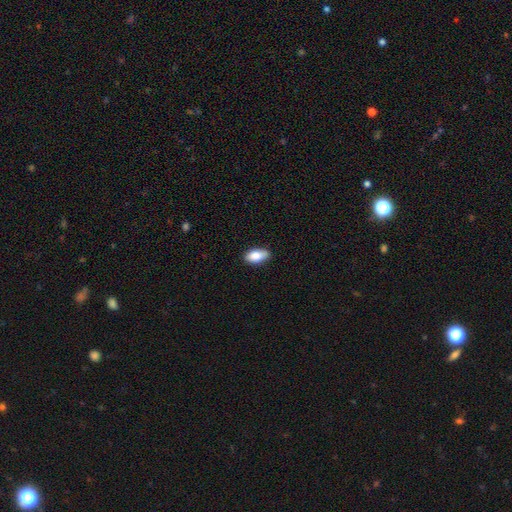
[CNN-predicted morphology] This is clearly a smooth galaxy (83%). How rounded: clearly in between (90%). Merging: likely none (80%).